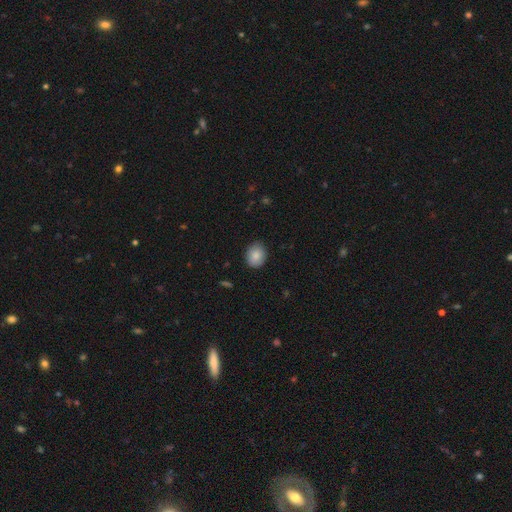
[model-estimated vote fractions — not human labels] Morphology: type=smooth (86%); roundness=in between (54%); merging=none (86%).